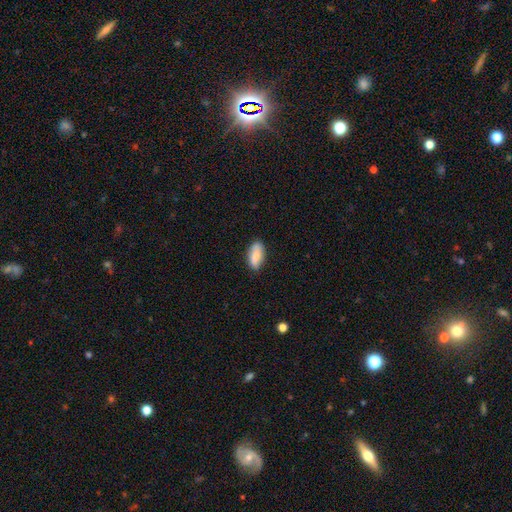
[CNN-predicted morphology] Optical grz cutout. It shows a smooth galaxy with no disk features (77%) that is in between round and cigar-shaped (89%). Merging: none (81%).